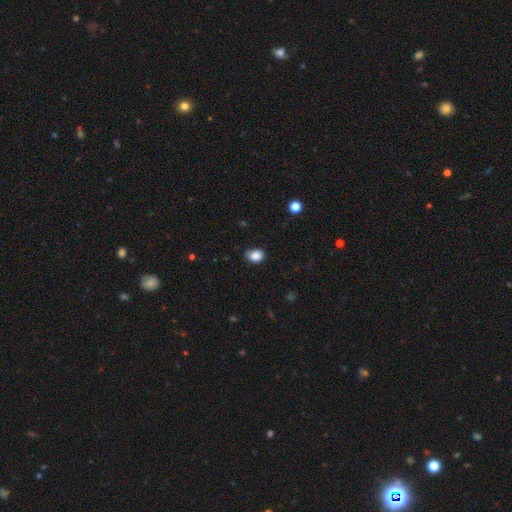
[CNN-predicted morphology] This appears to be a smooth galaxy with no disk features (86%) that is in between round and cigar-shaped (55%). Merging: none (68%).